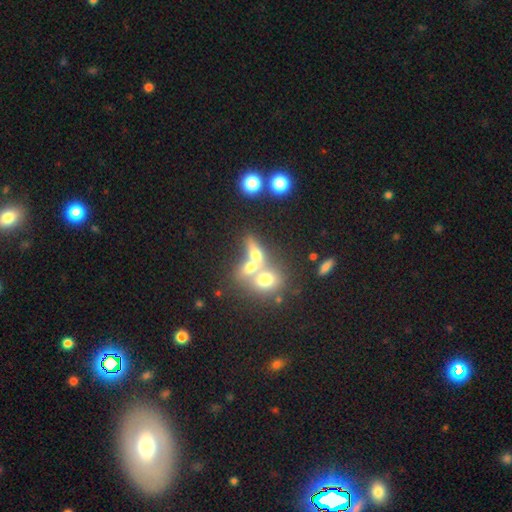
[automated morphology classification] Overall: smooth (59%; featured or disk 27%). How rounded: in between (55%; round 35%). Merging: merger (61%; none 26%).